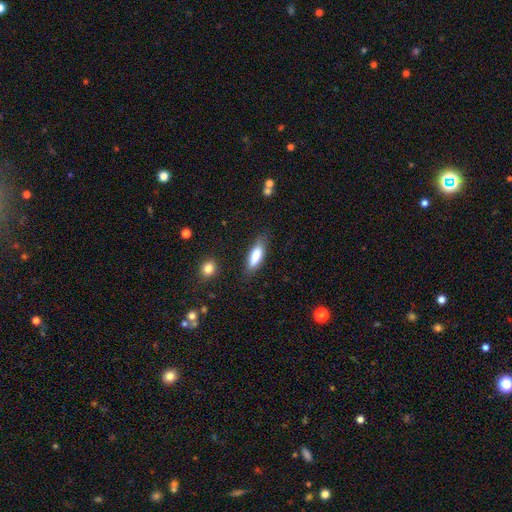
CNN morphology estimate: type=smooth (79%); roundness=in between (52%); merging=none (76%).